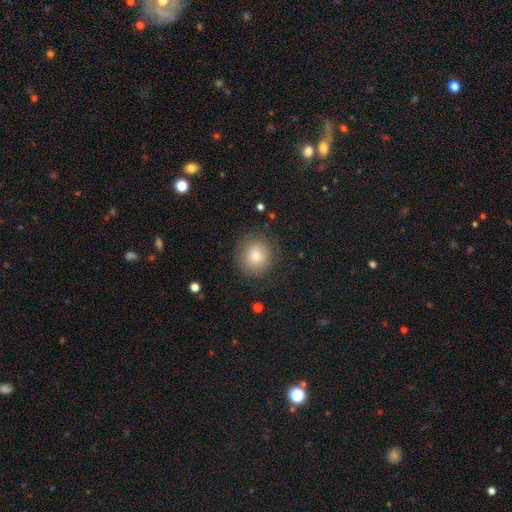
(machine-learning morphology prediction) Smooth or featured: smooth — 78% (featured or disk — 11%)
How rounded: round — 90% (in between — 9%)
Merging: none — 84% (minor disturbance — 11%)